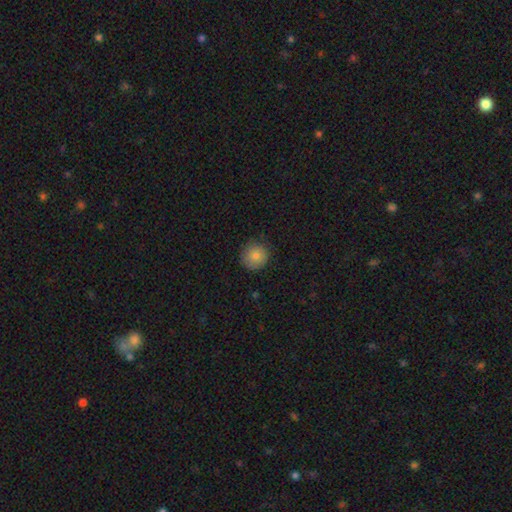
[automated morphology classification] A smooth galaxy with no disk features (79%) that is round (93%).

Vote fractions:
- Smooth or featured? smooth: 79% / featured or disk: 11% / star or artifact: 9%
- How rounded? round: 93% / in between: 7% / cigar-shaped: 1%
- Merging? none: 82% / minor disturbance: 14% / major disturbance: 3% / merger: 1%